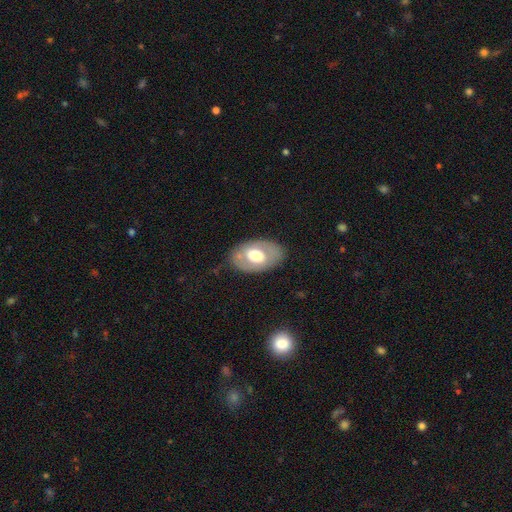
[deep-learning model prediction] This appears to be a smooth galaxy with no disk features (51%) that is in between round and cigar-shaped (88%). Merging: none (77%).